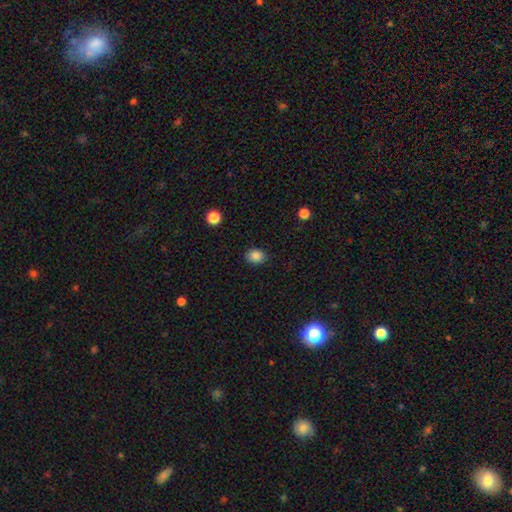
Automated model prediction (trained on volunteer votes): This is clearly a smooth galaxy (85%). How rounded: possibly round (54%). Merging: clearly none (87%).